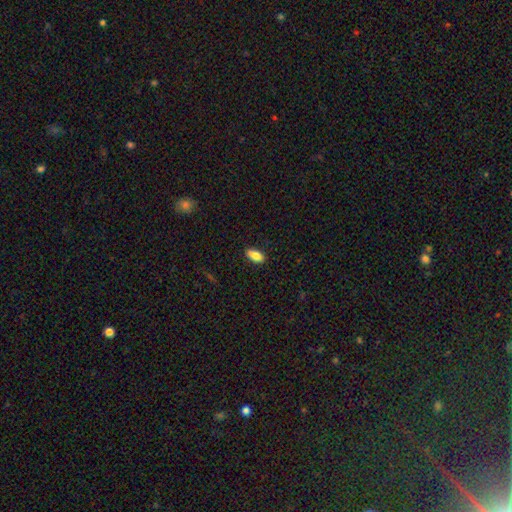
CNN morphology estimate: A smooth galaxy with no disk features (84%) that is in between round and cigar-shaped (90%).

Vote fractions:
- Smooth or featured? smooth: 84% / featured or disk: 9% / star or artifact: 7%
- How rounded? in between: 90% / cigar-shaped: 8% / round: 3%
- Merging? none: 89% / minor disturbance: 8% / major disturbance: 2% / merger: 1%